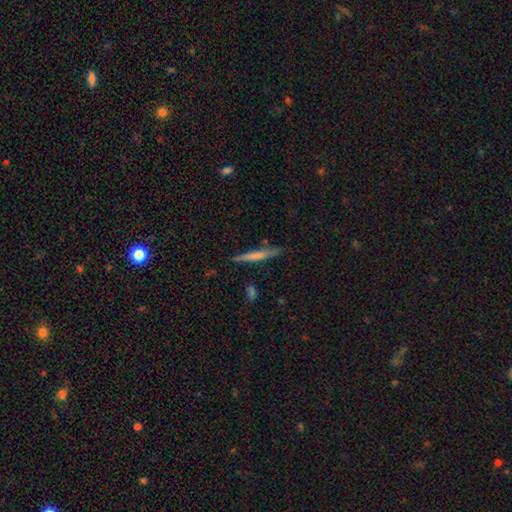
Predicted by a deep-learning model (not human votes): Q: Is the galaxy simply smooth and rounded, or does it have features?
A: smooth — 60%.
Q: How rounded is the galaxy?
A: cigar-shaped — 95%.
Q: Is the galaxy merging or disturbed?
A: none — 83%.